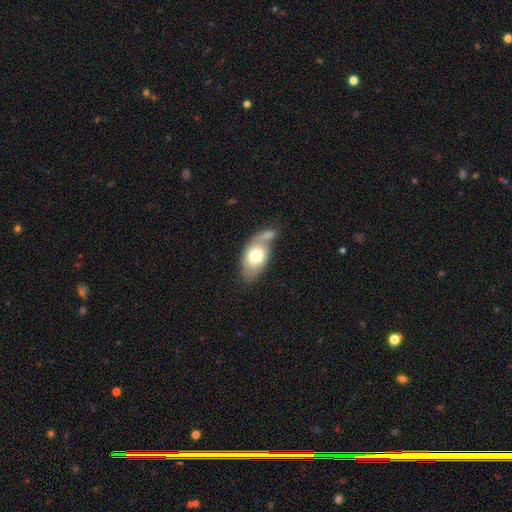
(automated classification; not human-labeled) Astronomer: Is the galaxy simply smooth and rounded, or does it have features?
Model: smooth — 67%.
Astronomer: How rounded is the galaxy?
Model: in between — 89%.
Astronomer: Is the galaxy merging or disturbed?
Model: merger — 35%, tied with none at 35%.